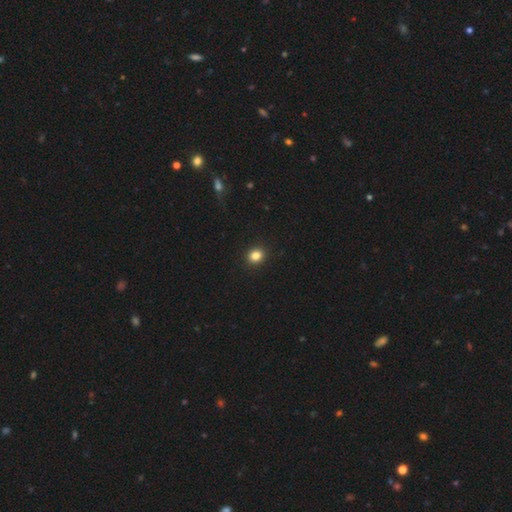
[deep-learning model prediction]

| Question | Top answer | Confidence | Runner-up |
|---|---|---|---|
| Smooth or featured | smooth | 84% | star or artifact (11%) |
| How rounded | round | 67% | in between (32%) |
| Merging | none | 92% | minor disturbance (6%) |